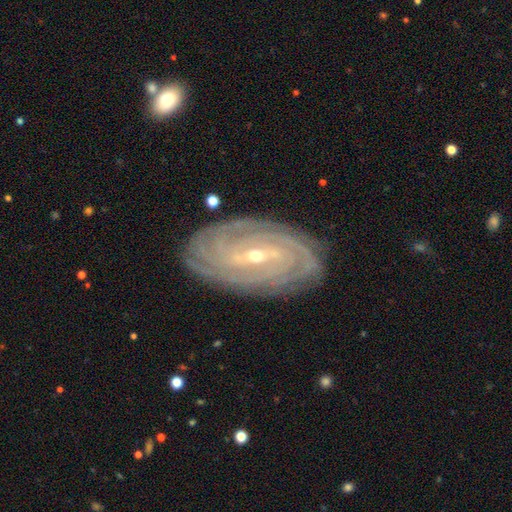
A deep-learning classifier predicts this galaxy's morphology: Overall: featured or disk (89%). Edge-on disk: no (95%). Bar: weak (45%; strong 36%). Spiral arms: yes (97%). Spiral arm count: 4 (26%; can't tell 25%). Spiral winding: tight (82%). Bulge size: small (64%; moderate 33%). Merging: none (85%).